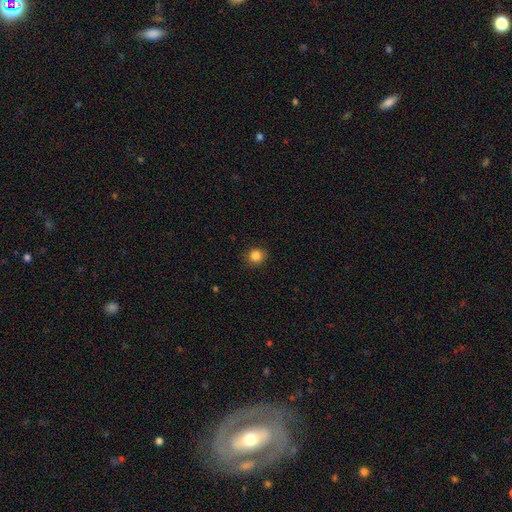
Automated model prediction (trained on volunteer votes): smooth_or_featured: smooth (p=0.85) [alt: star or artifact p=0.11]
how_rounded: round (p=0.88) [alt: in between p=0.11]
merging: none (p=0.88) [alt: minor disturbance p=0.09]